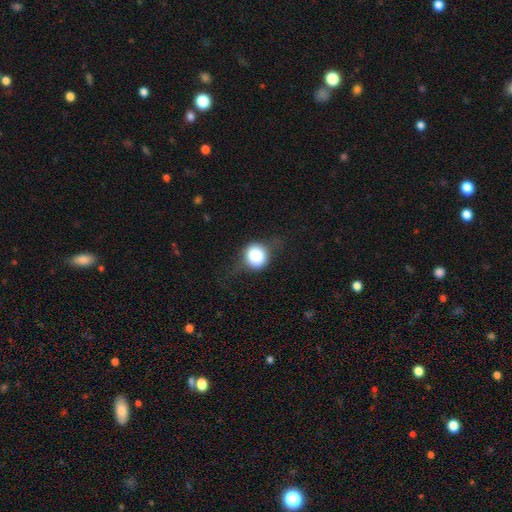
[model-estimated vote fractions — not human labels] Morphology: type=smooth (74%); roundness=round (86%); merging=none (65%).